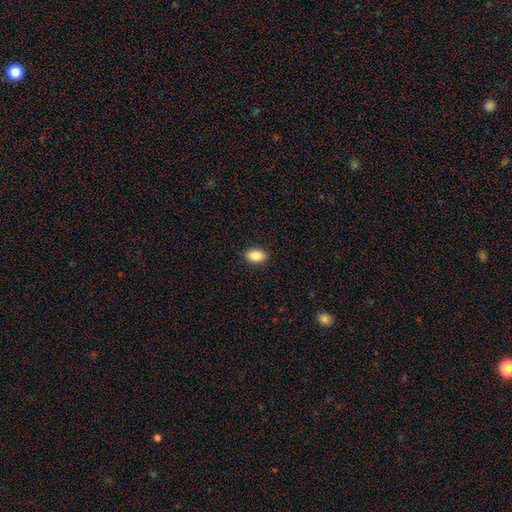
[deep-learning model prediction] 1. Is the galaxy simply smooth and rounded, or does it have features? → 88% smooth, 8% star or artifact, 4% featured or disk.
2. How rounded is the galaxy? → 86% in between, 13% round, 1% cigar-shaped.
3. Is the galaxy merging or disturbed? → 89% none, 8% minor disturbance, 2% major disturbance, 1% merger.